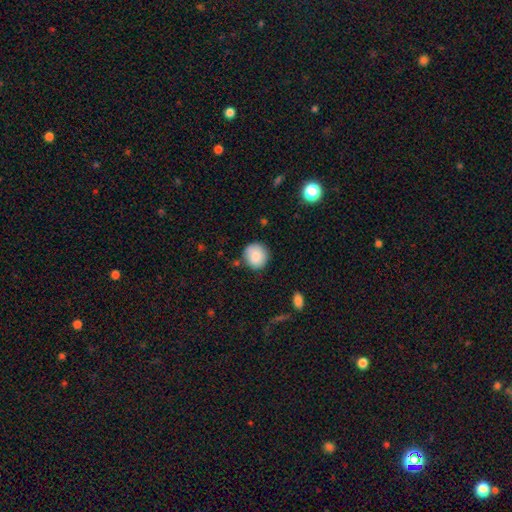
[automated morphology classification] Q: Smooth or featured?
A: smooth (87%); runner-up: star or artifact (7%)
Q: How rounded?
A: round (91%); runner-up: in between (8%)
Q: Merging?
A: none (83%); runner-up: minor disturbance (12%)